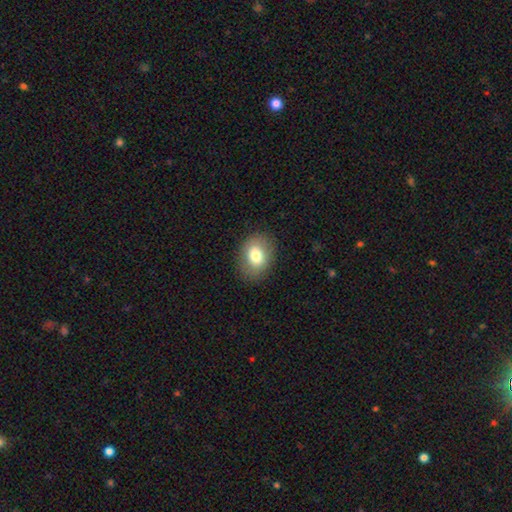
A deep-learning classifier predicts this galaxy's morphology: The model was most divided on "how rounded": in between: 63%, round: 36%, cigar-shaped: 1%. More confident: merging — none (85%); smooth or featured — smooth (76%).